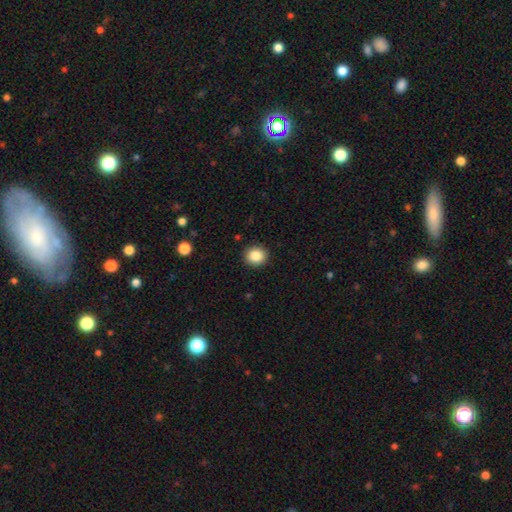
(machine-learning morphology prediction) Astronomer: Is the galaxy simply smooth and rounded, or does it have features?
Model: smooth — 86%.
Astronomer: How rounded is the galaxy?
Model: round — 84%.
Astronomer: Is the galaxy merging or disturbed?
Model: none — 91%.